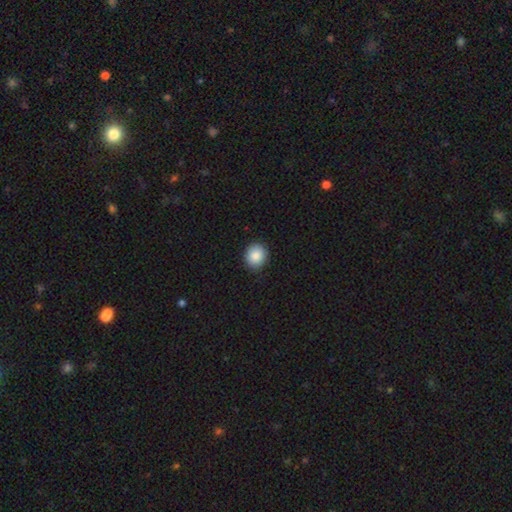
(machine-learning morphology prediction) Smooth or featured? Predicted: smooth (p=0.88). How rounded? Predicted: round (p=0.80). Merging? Predicted: none (p=0.89).